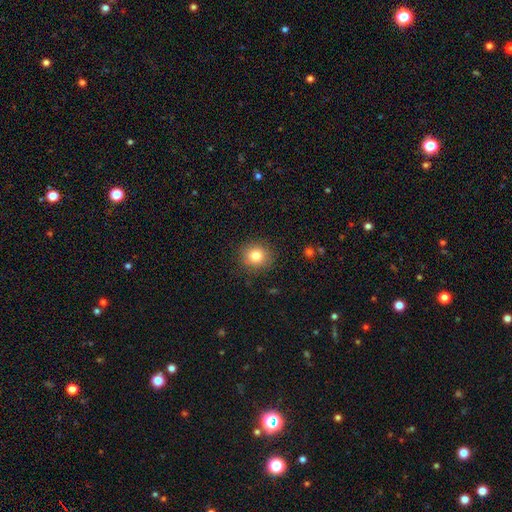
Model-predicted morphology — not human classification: The model was most divided on "smooth or featured": smooth: 81%, star or artifact: 11%, featured or disk: 8%. More confident: merging — none (89%); how rounded — round (85%).